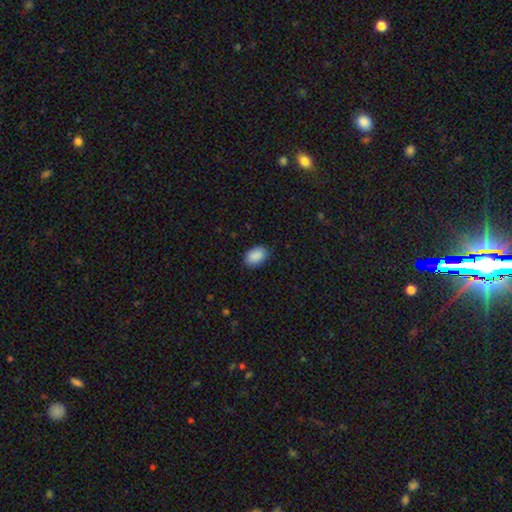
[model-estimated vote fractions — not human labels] Smooth or featured? Predicted: smooth (p=0.90). How rounded? Predicted: in between (p=0.88). Merging? Predicted: none (p=0.87).